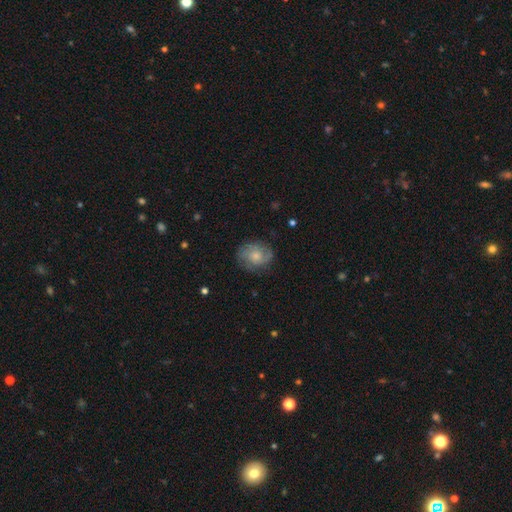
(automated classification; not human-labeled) featured or disk 51%, smooth 41%, star or artifact 7%. Down the decision tree: edge-on disk — no (97%); merging — none (73%).